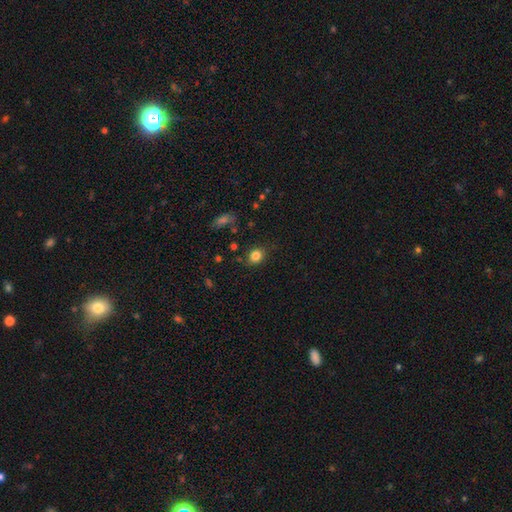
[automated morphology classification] Overall: smooth (83%). How rounded: round (60%; in between 39%). Merging: none (78%).